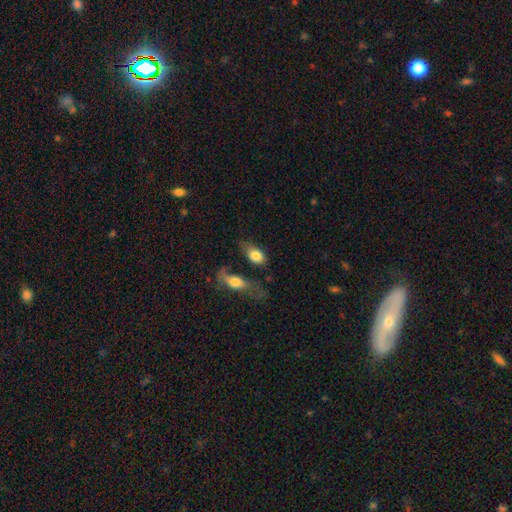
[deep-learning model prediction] Smooth or featured?
  - smooth: 78% *
  - featured or disk: 15%
  - star or artifact: 7%
How rounded?
  - in between: 83% *
  - round: 13%
  - cigar-shaped: 5%
Merging?
  - none: 42% *
  - minor disturbance: 21%
  - merger: 20%
  - major disturbance: 17%